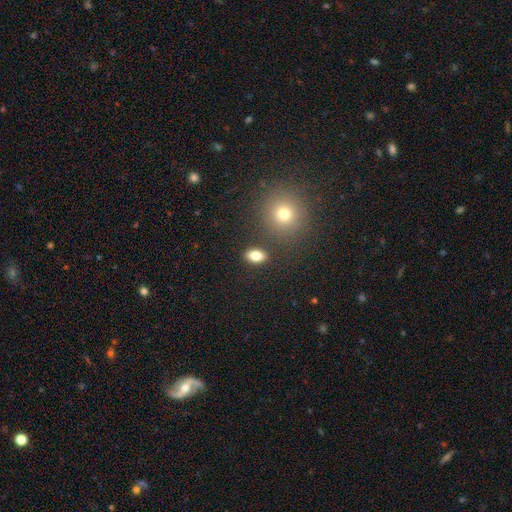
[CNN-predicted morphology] Smooth or featured? Predicted: smooth (p=0.80). How rounded? Predicted: in between (p=0.84). Merging? Predicted: none (p=0.83).